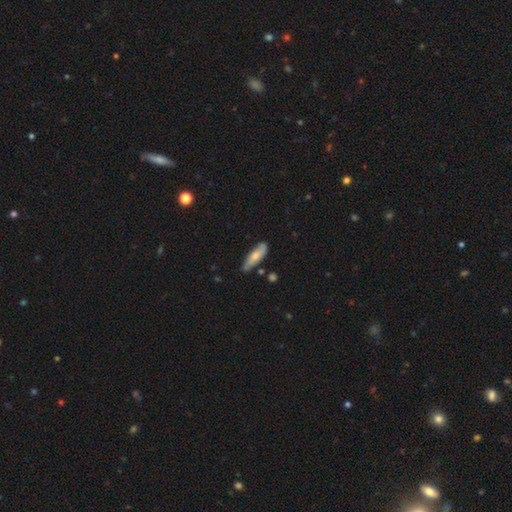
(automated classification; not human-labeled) smooth-or-featured: smooth: 67% | featured or disk: 27% | star or artifact: 6%
  how-rounded: cigar-shaped: 51% | in between: 47% | round: 2%
  merging: none: 71% | minor disturbance: 22% | merger: 4% | major disturbance: 3%